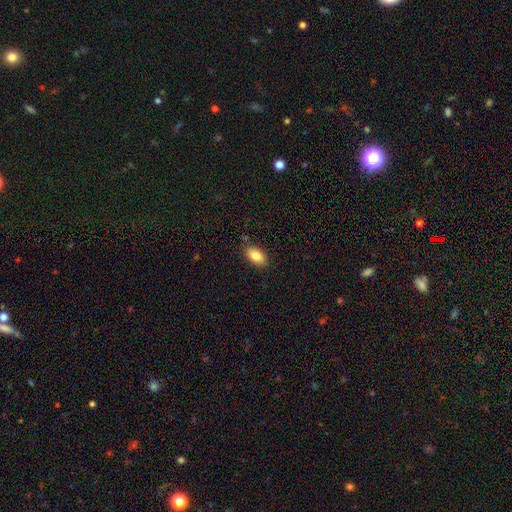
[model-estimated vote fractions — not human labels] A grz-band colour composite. It shows a smooth galaxy with no disk features (84%) that is in between round and cigar-shaped (93%). Merging: none (84%).